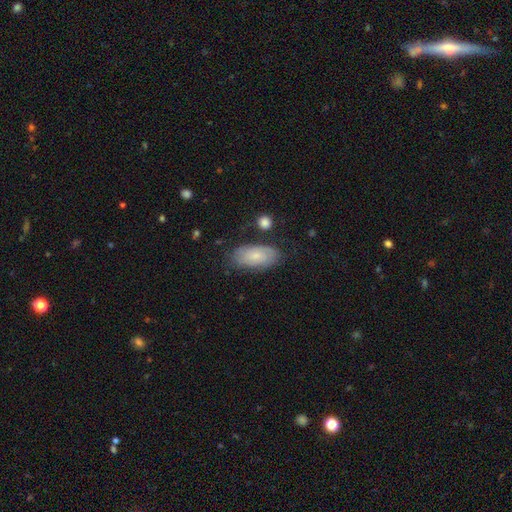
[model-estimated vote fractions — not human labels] Overall: smooth (62%; featured or disk 30%). How rounded: in between (91%). Merging: none (72%).